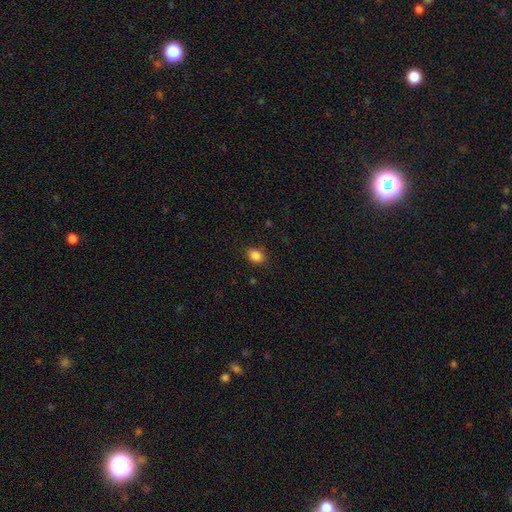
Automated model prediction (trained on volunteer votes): The model was most divided on "how rounded": in between: 57%, round: 42%, cigar-shaped: 1%. More confident: smooth or featured — smooth (86%); merging — none (84%).